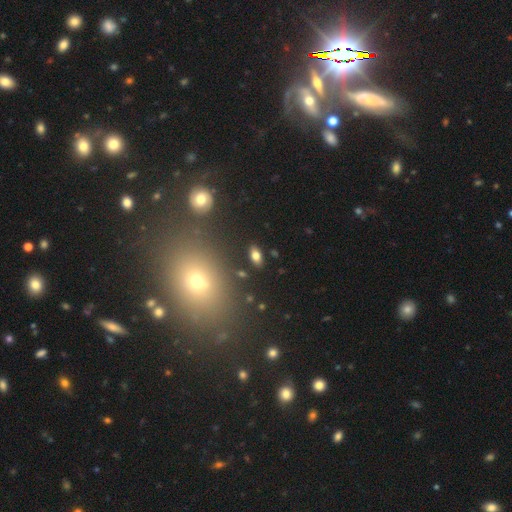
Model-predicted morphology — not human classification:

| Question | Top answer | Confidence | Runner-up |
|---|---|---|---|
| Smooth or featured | smooth | 75% | featured or disk (13%) |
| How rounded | in between | 89% | cigar-shaped (6%) |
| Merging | none | 86% | minor disturbance (8%) |